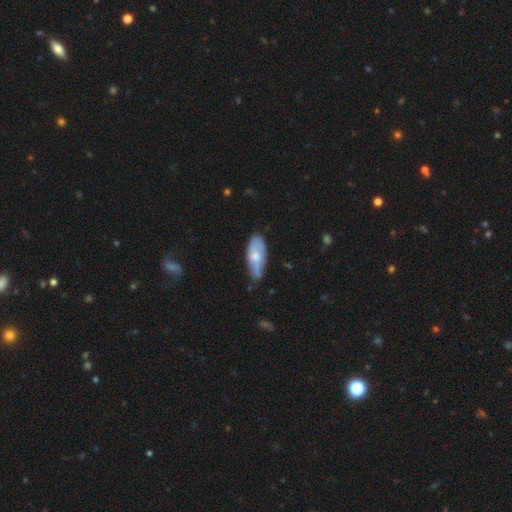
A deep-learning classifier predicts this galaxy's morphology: Q: Smooth or featured?
A: smooth (55%); runner-up: featured or disk (39%)
Q: How rounded?
A: in between (81%); runner-up: cigar-shaped (16%)
Q: Merging?
A: none (52%); runner-up: minor disturbance (35%)